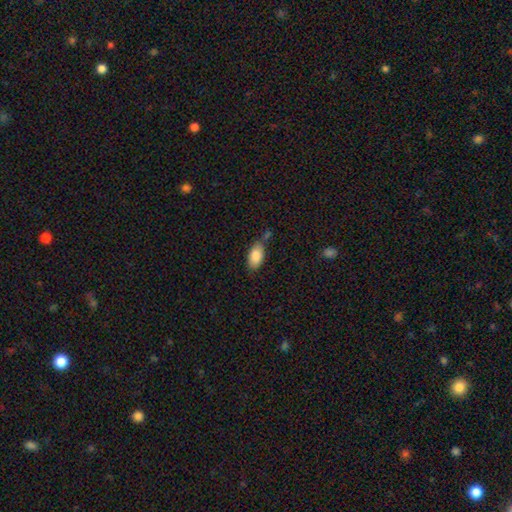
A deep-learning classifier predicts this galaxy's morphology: Smooth or featured? smooth (84%)
How rounded? in between (92%)
Merging? none (58%)